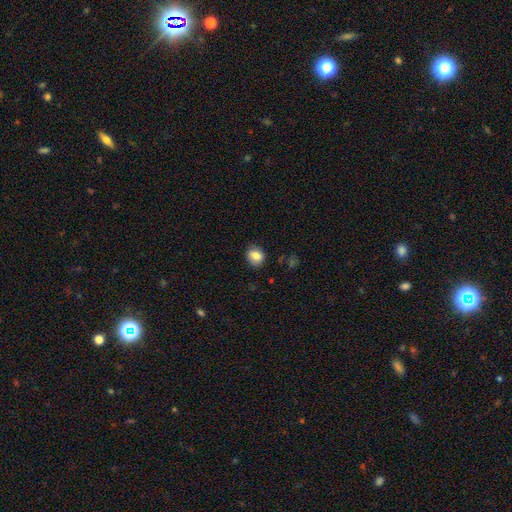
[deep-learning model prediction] The model was most divided on "how rounded": round: 56%, in between: 43%, cigar-shaped: 1%. More confident: smooth or featured — smooth (81%); merging — none (80%).